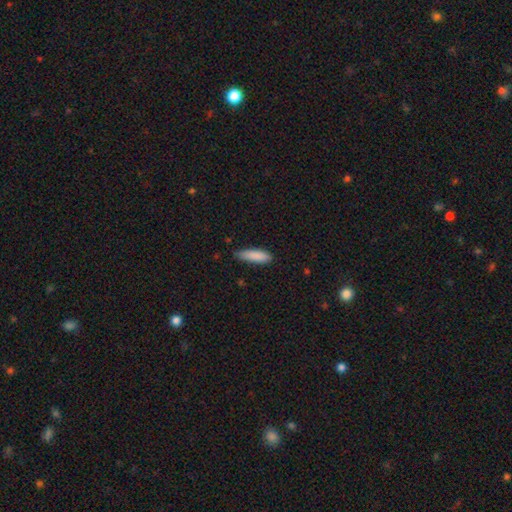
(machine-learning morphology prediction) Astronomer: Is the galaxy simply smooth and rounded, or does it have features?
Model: smooth — 87%.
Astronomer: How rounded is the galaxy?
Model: cigar-shaped — 61% (runner-up: in between, 37%).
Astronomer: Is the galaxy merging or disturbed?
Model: none — 70%.